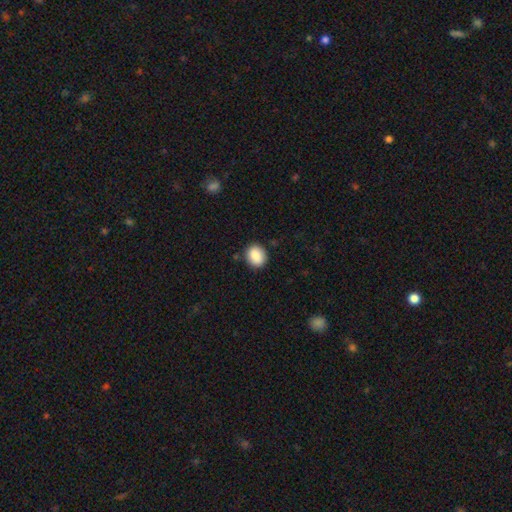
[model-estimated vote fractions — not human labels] This is clearly a smooth galaxy (88%). How rounded: likely round (65%). Merging: clearly none (87%).